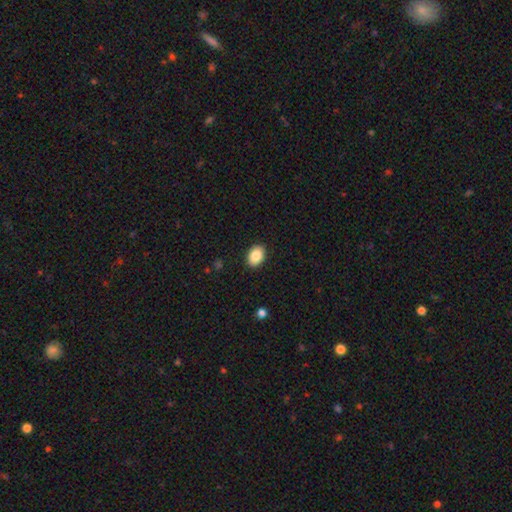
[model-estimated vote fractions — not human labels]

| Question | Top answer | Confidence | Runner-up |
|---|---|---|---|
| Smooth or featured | smooth | 86% | star or artifact (8%) |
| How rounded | in between | 82% | round (17%) |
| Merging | none | 90% | minor disturbance (7%) |